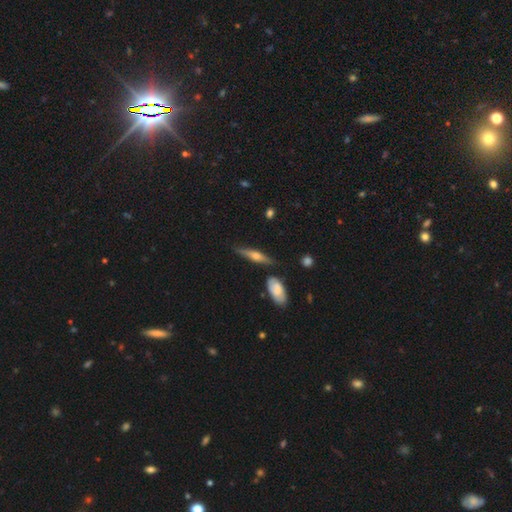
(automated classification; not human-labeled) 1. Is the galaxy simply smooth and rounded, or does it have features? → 60% featured or disk, 33% smooth, 7% star or artifact.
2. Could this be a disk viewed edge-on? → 94% yes, 6% no.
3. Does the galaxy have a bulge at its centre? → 88% rounded, 7% boxy, 5% none.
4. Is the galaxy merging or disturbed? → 80% none, 13% minor disturbance, 4% merger, 3% major disturbance.